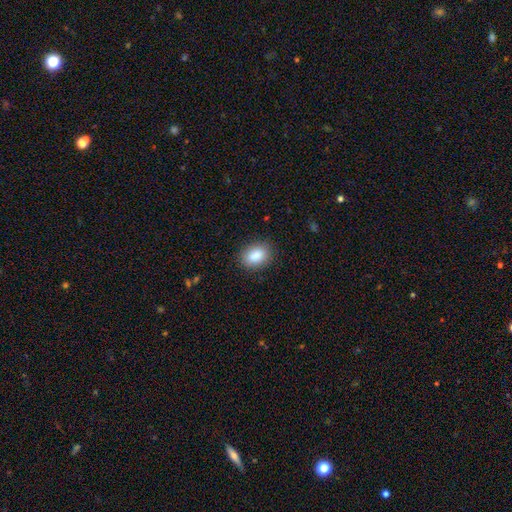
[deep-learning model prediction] smooth-or-featured: smooth: 88% | star or artifact: 8% | featured or disk: 5%
  how-rounded: in between: 79% | round: 19% | cigar-shaped: 1%
  merging: none: 86% | minor disturbance: 10% | major disturbance: 3% | merger: 1%